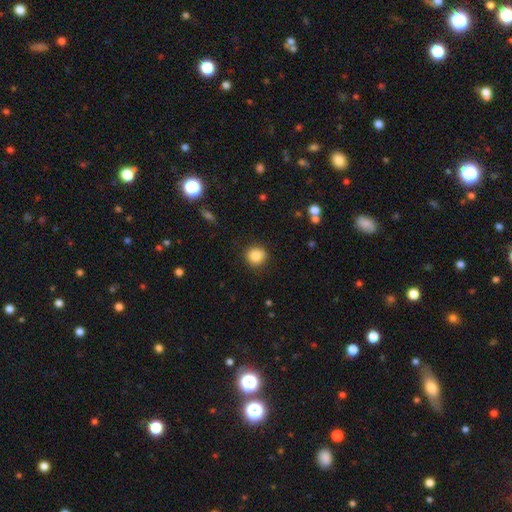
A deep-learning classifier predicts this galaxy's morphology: type=smooth (84%); roundness=round (88%); merging=none (83%).